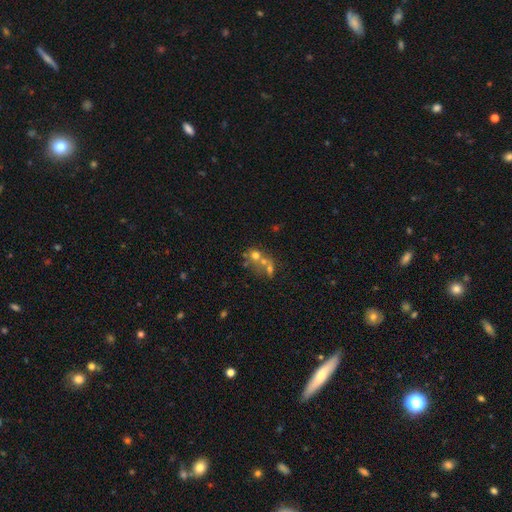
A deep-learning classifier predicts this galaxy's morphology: Smooth or featured: smooth — 55% (featured or disk — 26%)
How rounded: round — 70% (in between — 28%)
Merging: merger — 55% (none — 30%)